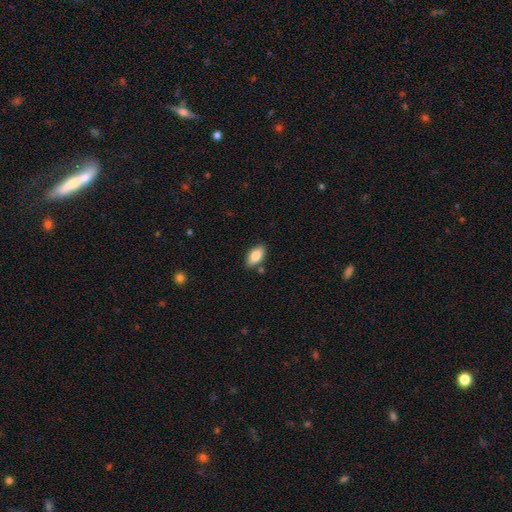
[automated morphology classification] Overall: smooth (82%). How rounded: in between (91%). Merging: none (84%).